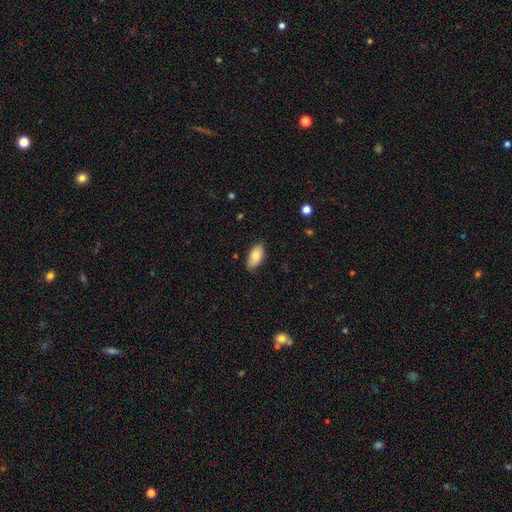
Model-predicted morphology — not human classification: type=smooth (80%); roundness=in between (94%); merging=none (81%).